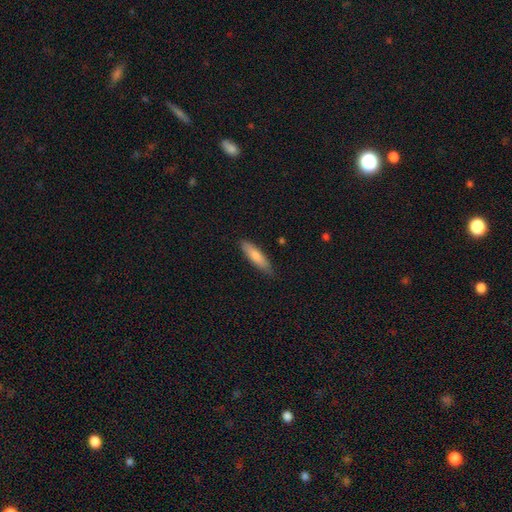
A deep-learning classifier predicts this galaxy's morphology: This is likely a smooth galaxy (78%). How rounded: likely cigar-shaped (69%). Merging: clearly none (82%).